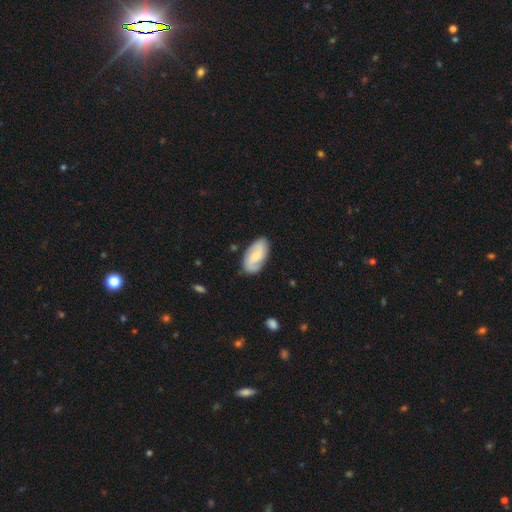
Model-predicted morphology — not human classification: This is possibly a featured or disk galaxy (59%). It is clearly not viewed edge-on (95%). Bar: possibly no (46%). Spiral arm pattern: clearly yes (92%). Spiral arm count: clearly 2 (81%). Spiral winding: marginally medium (43%). Central bulge: possibly small (46%). Merging: clearly none (81%).